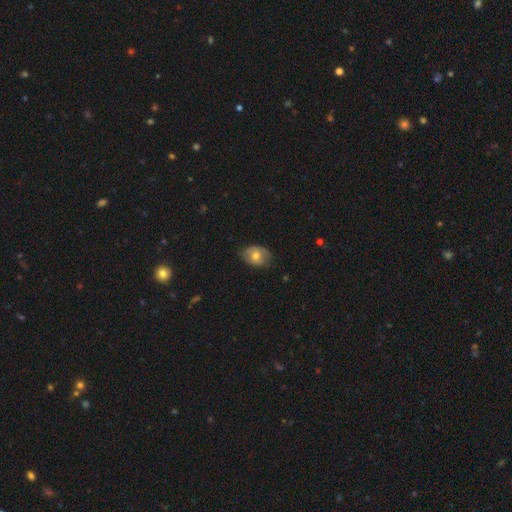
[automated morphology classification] This is possibly a smooth galaxy (58%). How rounded: likely in between (74%). Merging: likely none (67%).